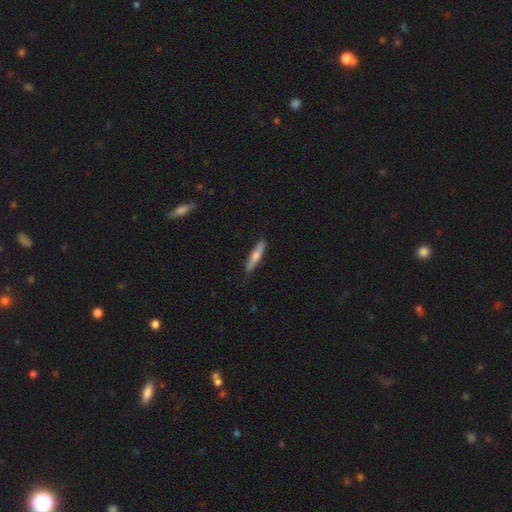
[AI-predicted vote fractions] This is possibly a smooth galaxy (54%). How rounded: clearly cigar-shaped (85%). Merging: clearly none (86%).